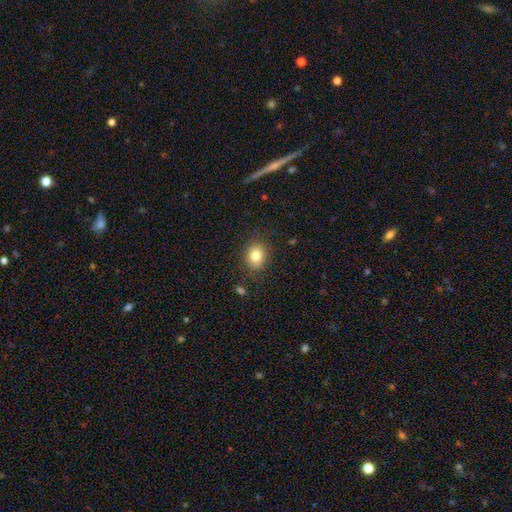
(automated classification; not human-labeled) Q: Smooth or featured?
A: smooth (82%); runner-up: star or artifact (10%)
Q: How rounded?
A: round (51%); runner-up: in between (48%)
Q: Merging?
A: none (85%); runner-up: minor disturbance (10%)